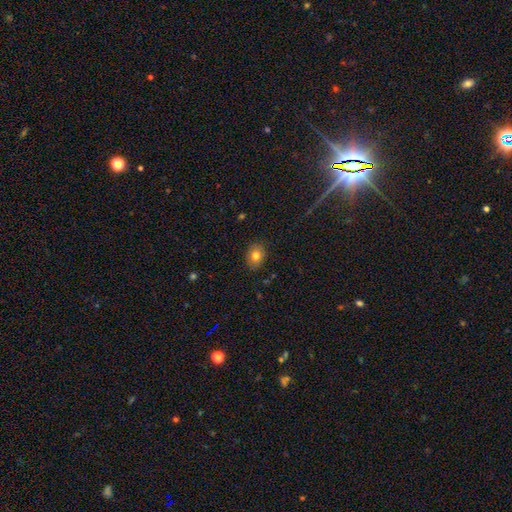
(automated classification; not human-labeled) smooth 79%, star or artifact 11%, featured or disk 10%. Down the decision tree: how rounded — in between (50%); merging — none (87%).